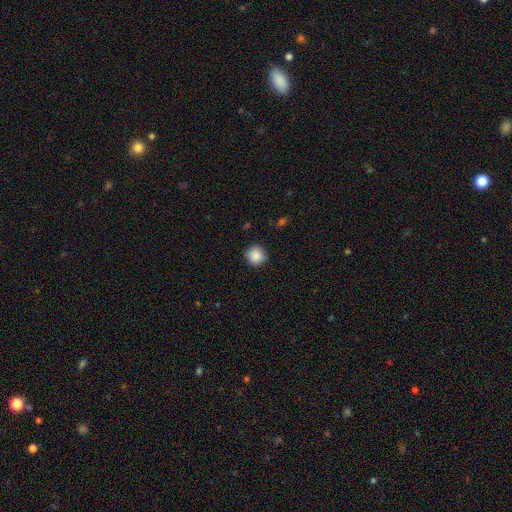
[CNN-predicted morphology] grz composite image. It shows a smooth galaxy with no disk features (88%) that is round (94%). Merging: none (89%).